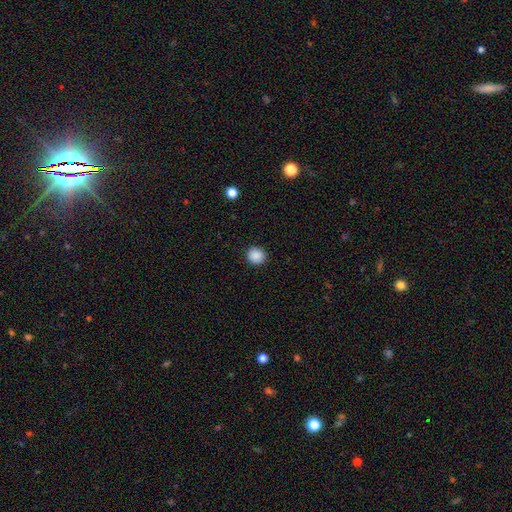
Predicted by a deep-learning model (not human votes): Q: Smooth or featured?
A: smooth (88%); runner-up: star or artifact (9%)
Q: How rounded?
A: round (91%); runner-up: in between (8%)
Q: Merging?
A: none (92%); runner-up: minor disturbance (5%)